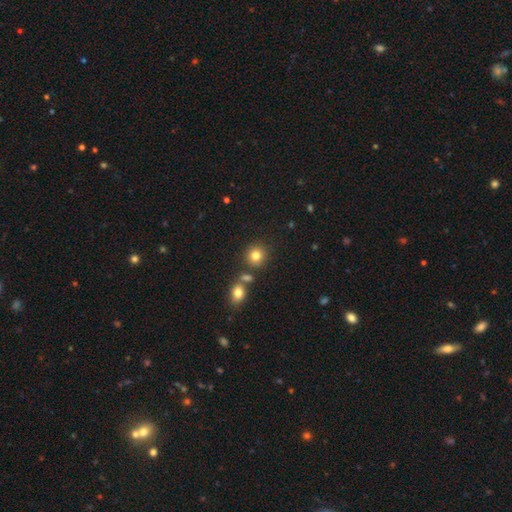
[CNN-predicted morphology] A smooth galaxy with no disk features (81%) that is round (87%). Merging: none (77%).